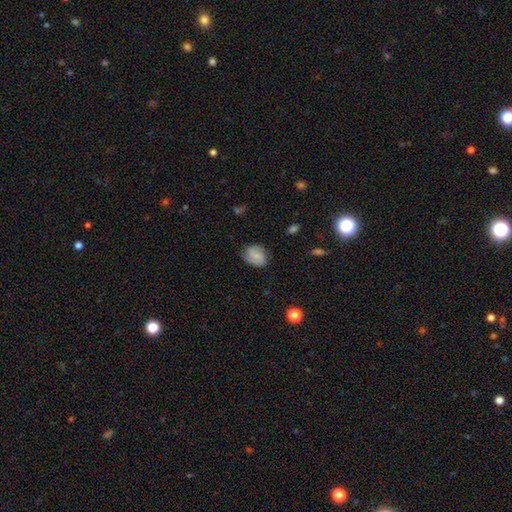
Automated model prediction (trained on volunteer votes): The model was most divided on "how rounded": in between: 58%, round: 40%, cigar-shaped: 1%. More confident: merging — none (65%); smooth or featured — smooth (60%).